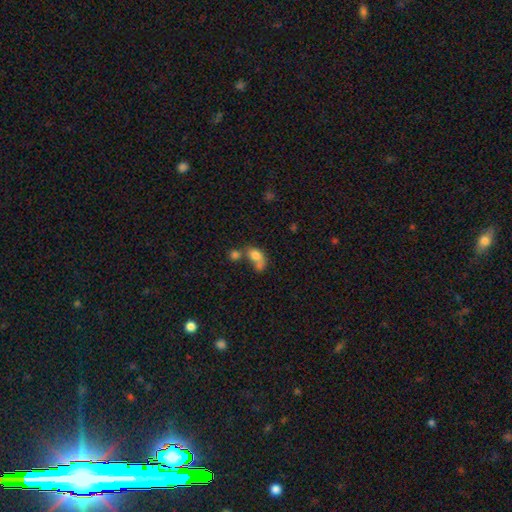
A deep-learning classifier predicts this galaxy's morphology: Smooth or featured? smooth (73%)
How rounded? in between (64%)
Merging? merger (53%)